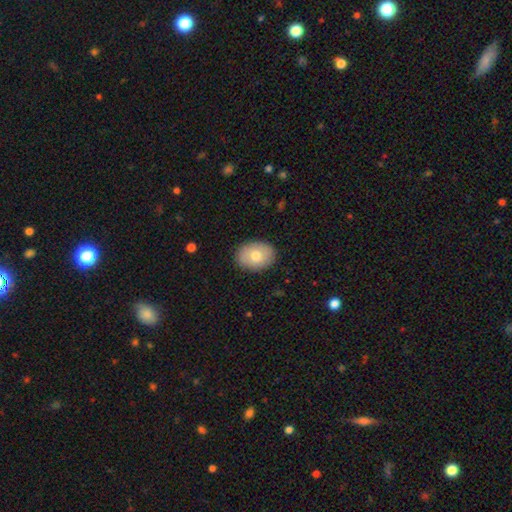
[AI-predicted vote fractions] smooth 74%, featured or disk 19%, star or artifact 7%. Down the decision tree: how rounded — in between (68%); merging — none (87%).